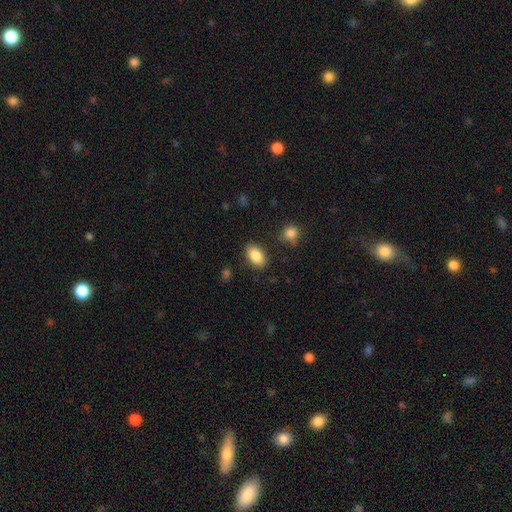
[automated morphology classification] Overall: smooth (87%). How rounded: in between (93%). Merging: none (86%).